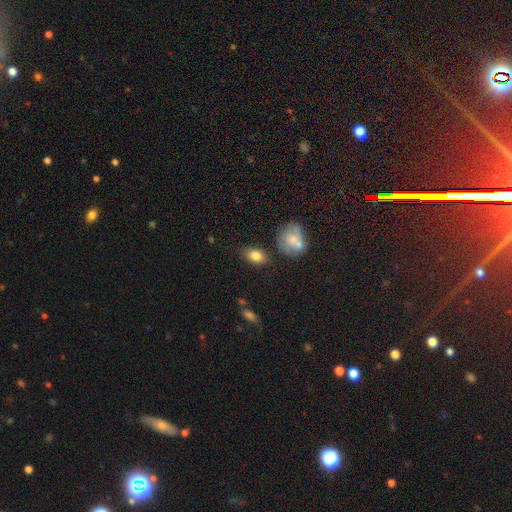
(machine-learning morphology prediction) smooth_or_featured: smooth (p=0.82) [alt: featured or disk p=0.10]
how_rounded: in between (p=0.86) [alt: round p=0.12]
merging: none (p=0.79) [alt: minor disturbance p=0.13]